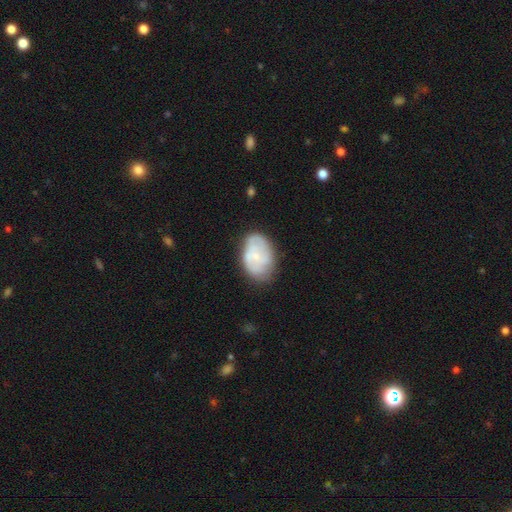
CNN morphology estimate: Overall: featured or disk (48%; smooth 45%). Merging: none (63%; minor disturbance 27%).